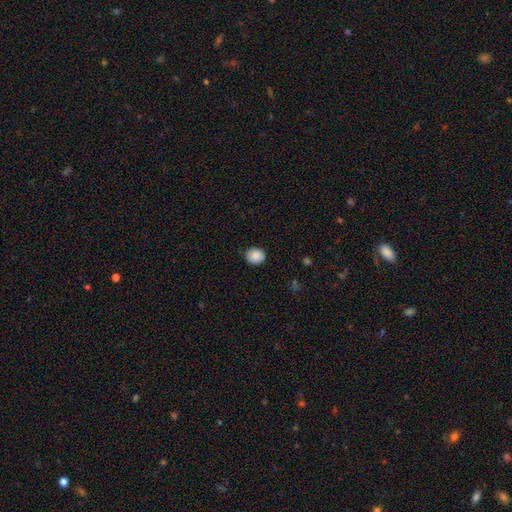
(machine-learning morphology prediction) type=smooth (89%); roundness=round (64%); merging=none (86%).